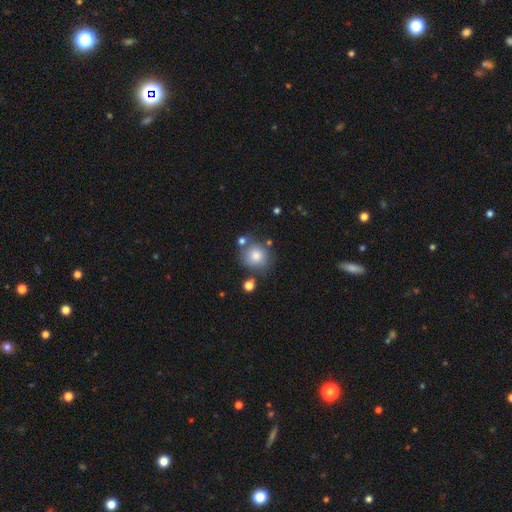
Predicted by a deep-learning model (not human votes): This appears to be a smooth galaxy with no disk features (79%) that is round (85%). Merging: none (68%).